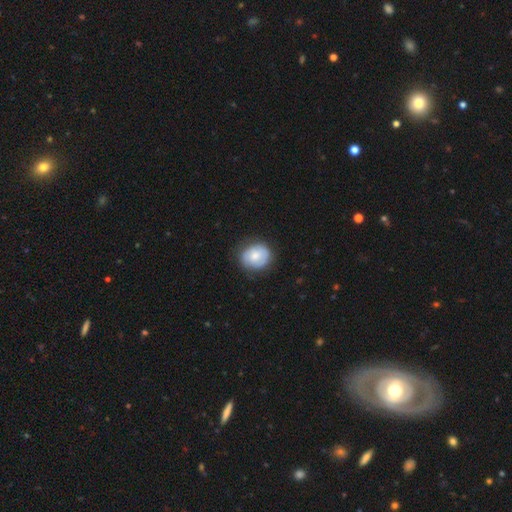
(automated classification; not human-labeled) The model was most divided on "how rounded": round: 69%, in between: 30%, cigar-shaped: 1%. More confident: merging — none (77%); smooth or featured — smooth (68%).